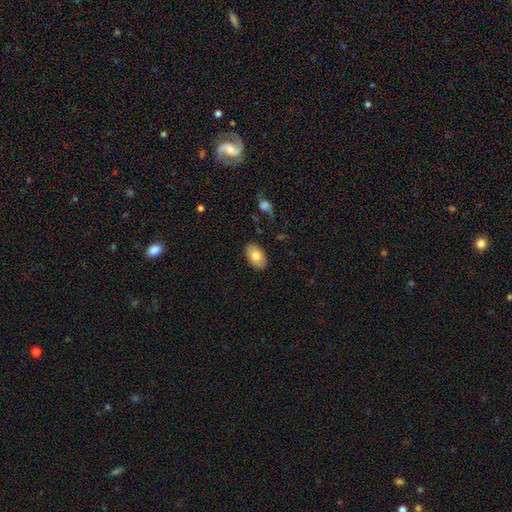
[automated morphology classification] This is likely a smooth galaxy (78%). How rounded: clearly in between (93%). Merging: clearly none (87%).